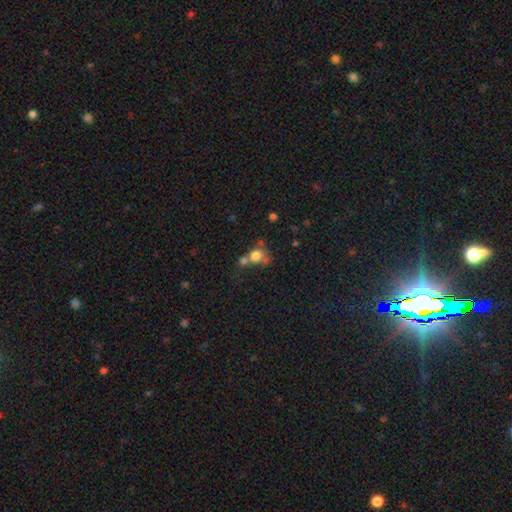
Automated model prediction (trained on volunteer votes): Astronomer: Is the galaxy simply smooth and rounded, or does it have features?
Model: smooth — 74%.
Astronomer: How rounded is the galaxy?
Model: round — 63%.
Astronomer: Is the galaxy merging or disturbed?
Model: merger — 50% (runner-up: none, 28%).